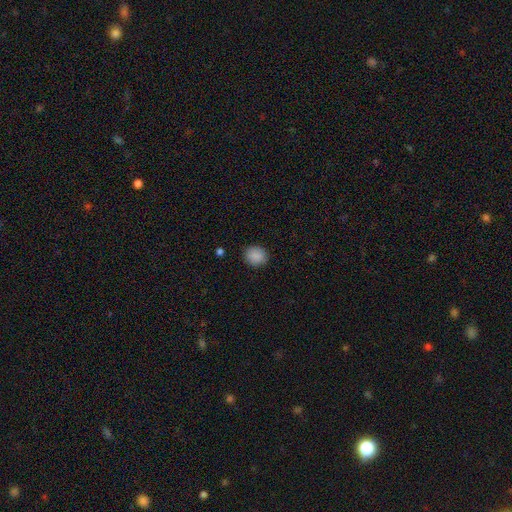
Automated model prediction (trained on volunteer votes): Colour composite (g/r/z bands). It shows a smooth galaxy with no disk features (89%) that is round (75%). Merging: none (89%).